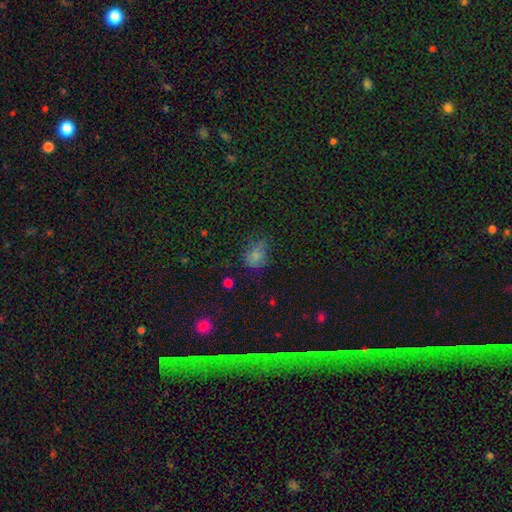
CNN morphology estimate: This is likely a smooth galaxy (73%). How rounded: possibly in between (59%). Merging: possibly none (54%).